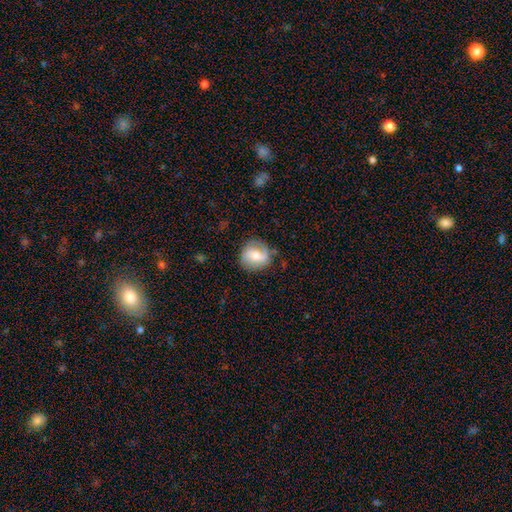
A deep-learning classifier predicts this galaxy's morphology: Overall: featured or disk (48%; smooth 45%). Merging: none (76%).